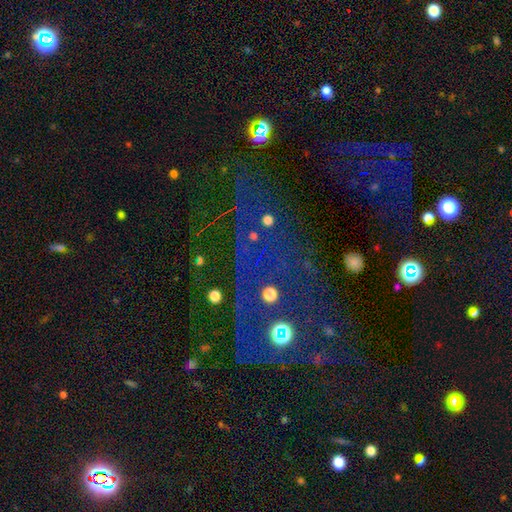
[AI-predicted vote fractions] Smooth or featured: star or artifact — 73% (smooth — 14%)